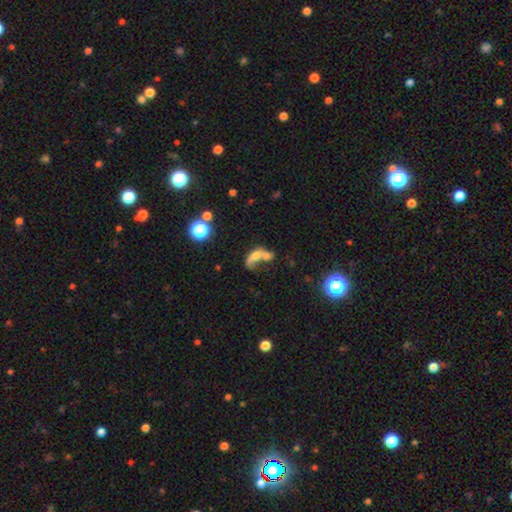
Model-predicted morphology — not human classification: smooth-or-featured: smooth: 44% | featured or disk: 40% | star or artifact: 16%
  merging: merger: 62% | major disturbance: 16% | none: 14% | minor disturbance: 7%